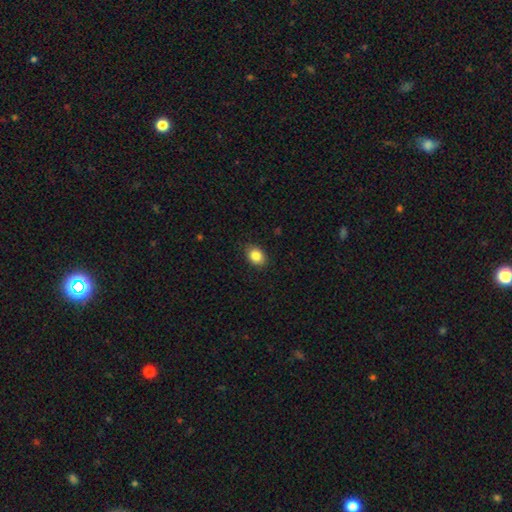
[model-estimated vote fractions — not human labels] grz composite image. It shows a smooth galaxy with no disk features (85%) that is in between round and cigar-shaped (65%). Merging: none (83%).